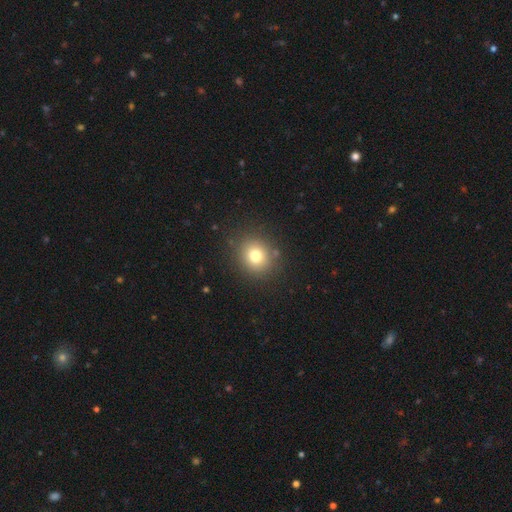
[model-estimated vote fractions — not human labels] Smooth or featured?
  - smooth: 76% *
  - star or artifact: 14%
  - featured or disk: 10%
How rounded?
  - round: 81% *
  - in between: 18%
  - cigar-shaped: 1%
Merging?
  - none: 86% *
  - minor disturbance: 8%
  - major disturbance: 3%
  - merger: 2%